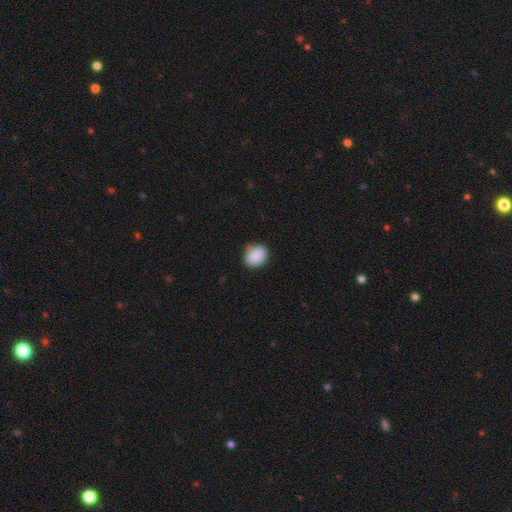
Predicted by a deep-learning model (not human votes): smooth 89%, star or artifact 7%, featured or disk 4%. Down the decision tree: how rounded — round (51%); merging — none (83%).